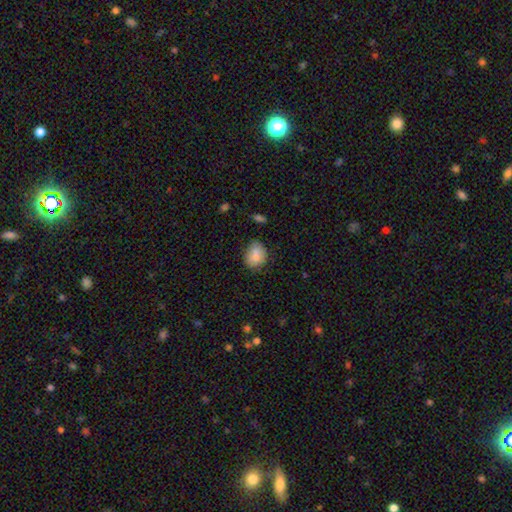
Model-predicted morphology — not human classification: smooth-or-featured: smooth: 86% | star or artifact: 8% | featured or disk: 6%
  how-rounded: in between: 52% | round: 47% | cigar-shaped: 1%
  merging: none: 73% | minor disturbance: 21% | major disturbance: 5% | merger: 2%